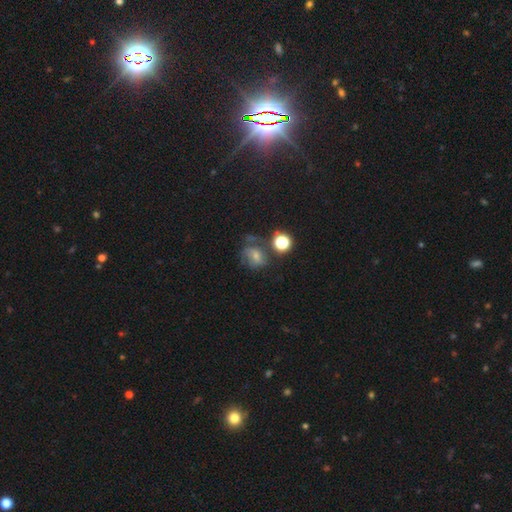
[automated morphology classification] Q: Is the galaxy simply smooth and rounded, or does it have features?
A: smooth — 46%.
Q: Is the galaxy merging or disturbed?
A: none — 40%.